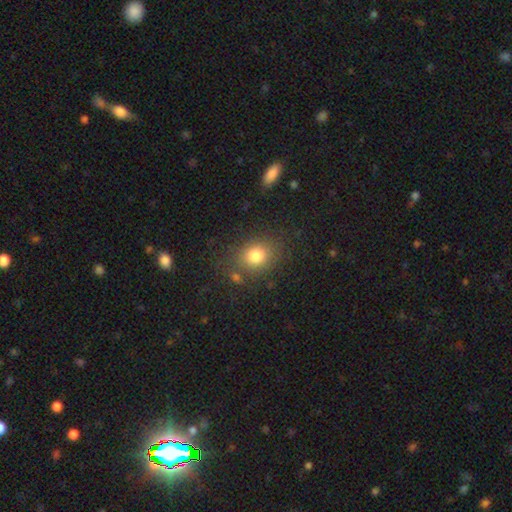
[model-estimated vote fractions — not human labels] Overall: smooth (79%). How rounded: round (56%; in between 42%). Merging: none (79%).